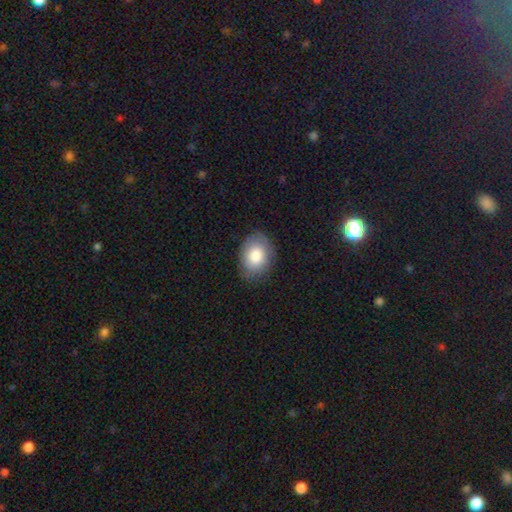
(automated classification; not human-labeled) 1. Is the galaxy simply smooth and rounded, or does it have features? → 82% smooth, 11% featured or disk, 7% star or artifact.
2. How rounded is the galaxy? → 72% in between, 27% round, 1% cigar-shaped.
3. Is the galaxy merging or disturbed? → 81% none, 15% minor disturbance, 3% major disturbance, 1% merger.